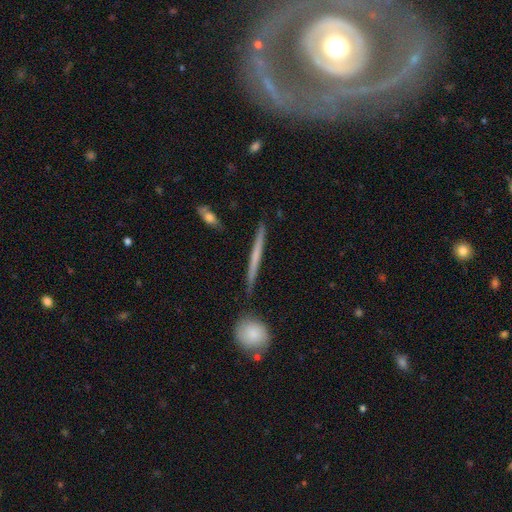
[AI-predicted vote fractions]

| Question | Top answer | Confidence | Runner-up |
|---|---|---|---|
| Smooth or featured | featured or disk | 53% | smooth (41%) |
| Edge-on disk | yes | 97% | no (3%) |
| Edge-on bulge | none | 81% | rounded (14%) |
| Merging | none | 89% | minor disturbance (7%) |